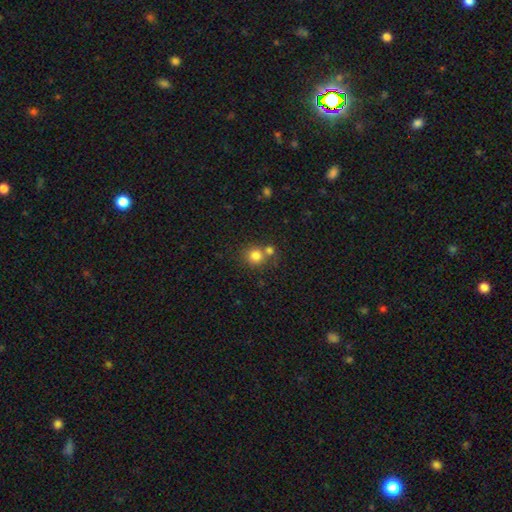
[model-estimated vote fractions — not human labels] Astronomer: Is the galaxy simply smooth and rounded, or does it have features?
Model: smooth — 81%.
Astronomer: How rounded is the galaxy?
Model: round — 89%.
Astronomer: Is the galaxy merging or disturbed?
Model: none — 58%.